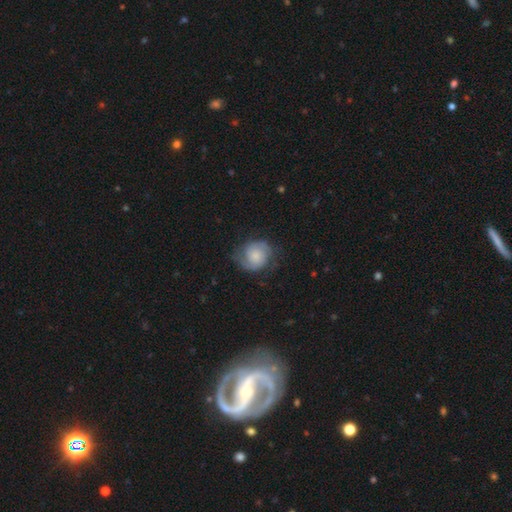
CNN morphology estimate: smooth-or-featured: featured or disk: 59% | smooth: 34% | star or artifact: 7%
  disk-edge-on: no: 98% | yes: 2%
    bar: no: 73% | weak: 24% | strong: 4%
    has-spiral-arms: yes: 91% | no: 9%
      spiral-winding: medium: 41% | tight: 40% | loose: 18%
      spiral-arm-count: 2: 84% | can't tell: 9% | 1: 3% | 3: 2% | 4: 1% | more than 4: 1%
    bulge-size: small: 38% | moderate: 27% | none: 18% | large: 13% | dominant: 4%
  merging: none: 68% | minor disturbance: 21% | major disturbance: 10% | merger: 1%